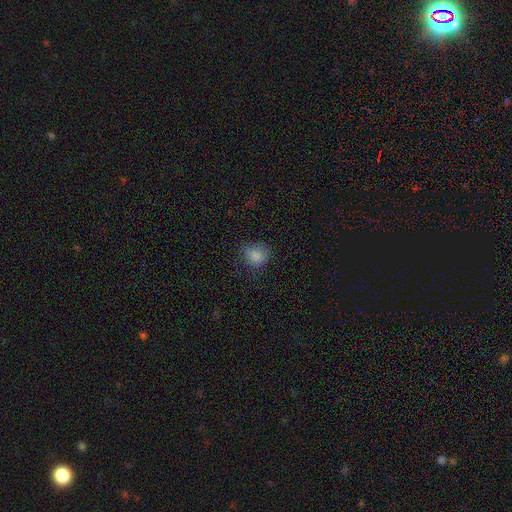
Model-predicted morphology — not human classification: The model was most divided on "merging": none: 73%, minor disturbance: 19%, major disturbance: 7%, merger: 1%. More confident: smooth or featured — smooth (84%); how rounded — round (79%).